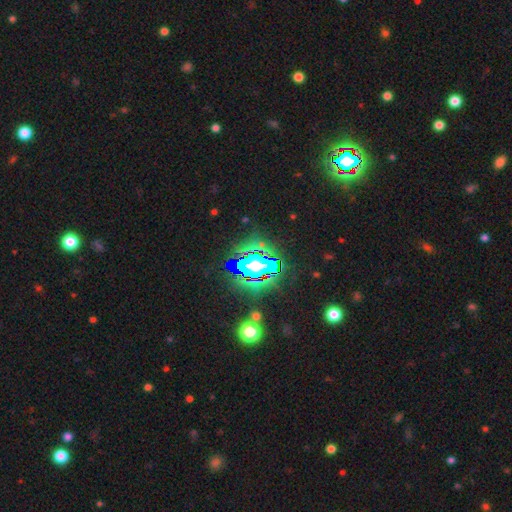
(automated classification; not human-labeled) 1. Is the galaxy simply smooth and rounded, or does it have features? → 81% star or artifact, 10% smooth, 8% featured or disk.